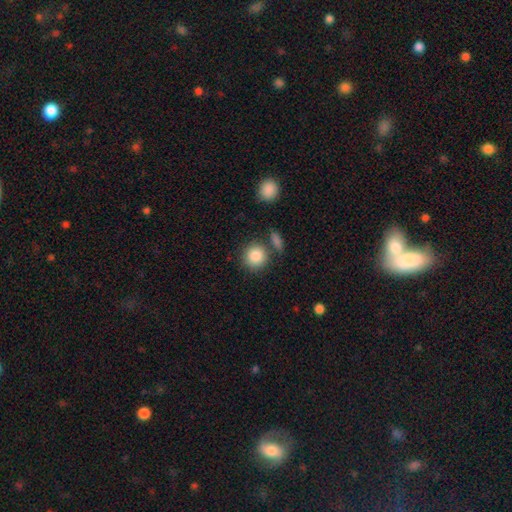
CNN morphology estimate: Q: Smooth or featured?
A: smooth (87%); runner-up: star or artifact (8%)
Q: How rounded?
A: round (87%); runner-up: in between (11%)
Q: Merging?
A: none (74%); runner-up: merger (12%)